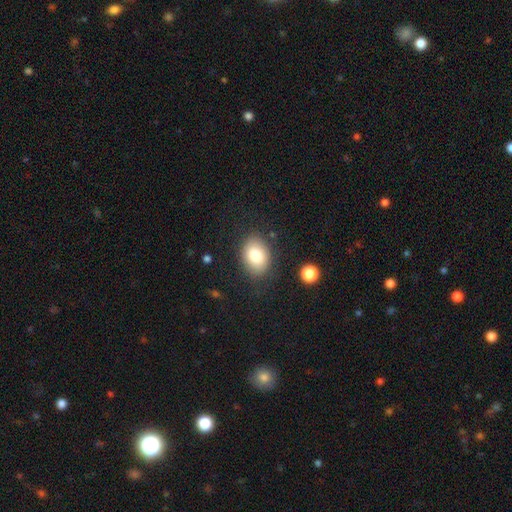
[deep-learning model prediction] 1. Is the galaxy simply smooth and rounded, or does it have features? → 81% smooth, 11% featured or disk, 8% star or artifact.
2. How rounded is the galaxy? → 77% in between, 22% round, 1% cigar-shaped.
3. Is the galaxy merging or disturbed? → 83% none, 11% minor disturbance, 4% major disturbance, 2% merger.